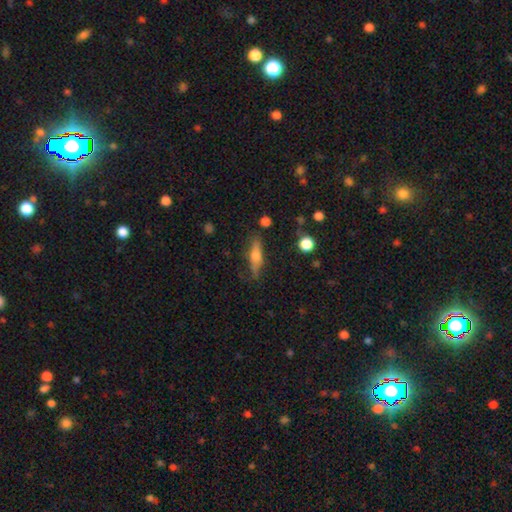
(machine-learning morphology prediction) This appears to be a smooth galaxy with no disk features (51%) that is cigar-shaped (65%). Merging: none (77%).